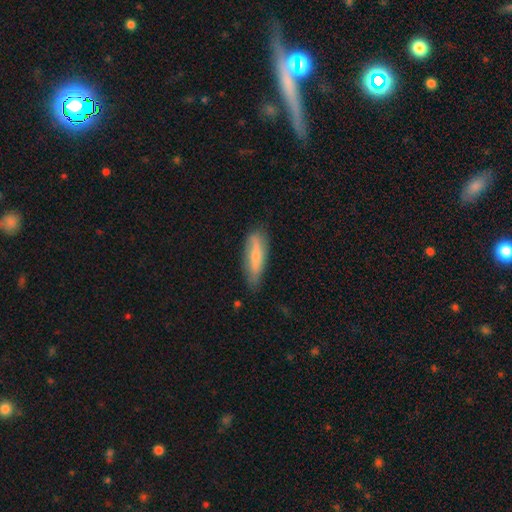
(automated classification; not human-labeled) The model was most divided on "how rounded": cigar-shaped: 65%, in between: 33%, round: 2%. More confident: merging — none (71%); smooth or featured — smooth (62%).